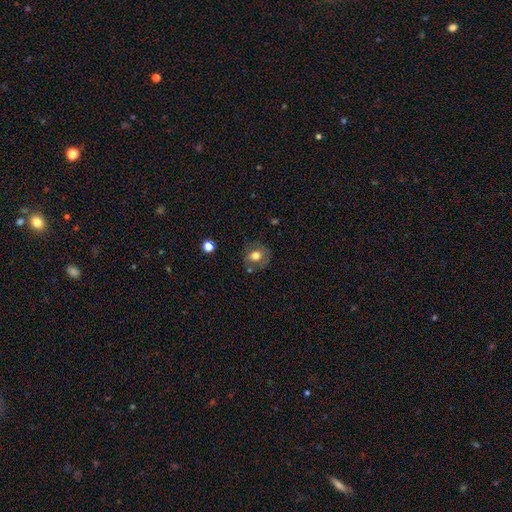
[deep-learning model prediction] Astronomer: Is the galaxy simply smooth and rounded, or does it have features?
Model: smooth — 70%.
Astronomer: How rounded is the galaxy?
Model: round — 67%.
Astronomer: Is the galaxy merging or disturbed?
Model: none — 74%.